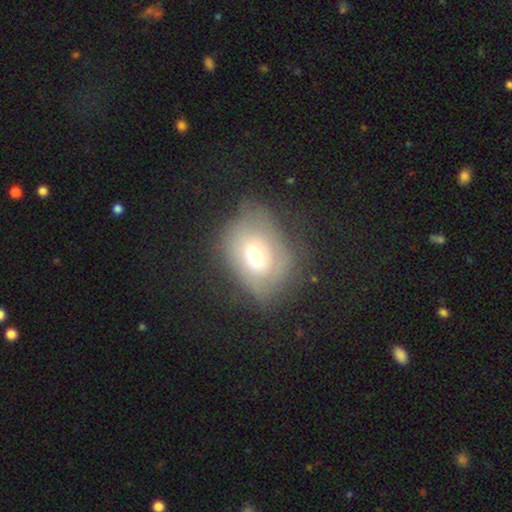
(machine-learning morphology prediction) Overall: smooth (55%; featured or disk 35%). How rounded: in between (68%; round 31%). Merging: none (52%; minor disturbance 31%).